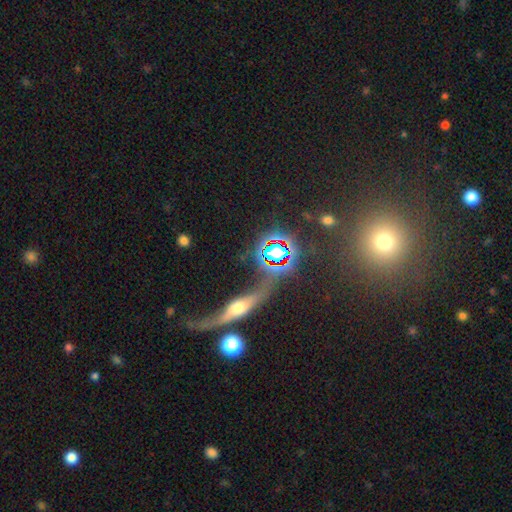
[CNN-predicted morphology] type=featured or disk (60%); edge-on=yes (57%); merging=none (48%).